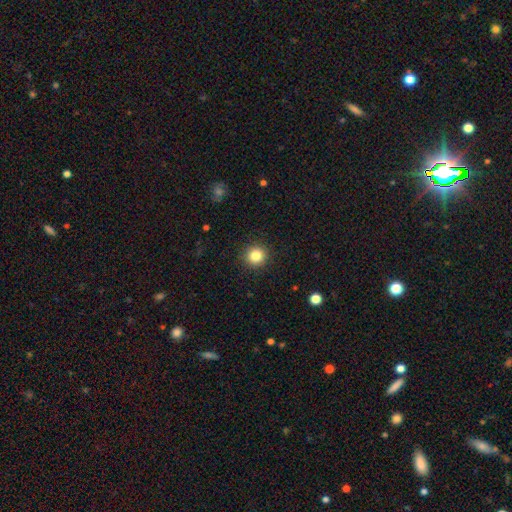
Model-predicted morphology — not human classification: Smooth or featured? Predicted: smooth (p=0.84). How rounded? Predicted: round (p=0.94). Merging? Predicted: none (p=0.92).